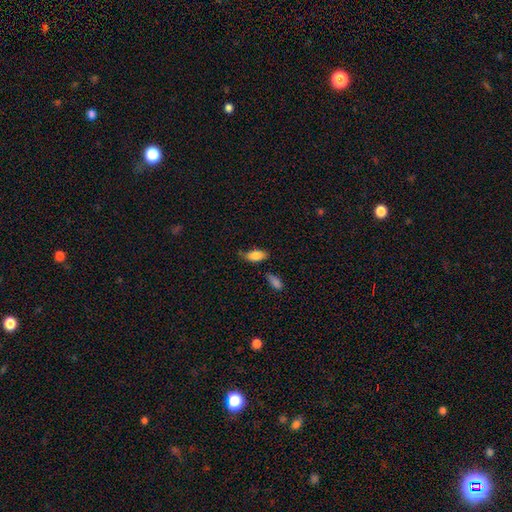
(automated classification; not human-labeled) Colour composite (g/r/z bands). It shows a smooth galaxy with no disk features (81%) that is in between round and cigar-shaped (89%). Merging: none (67%).